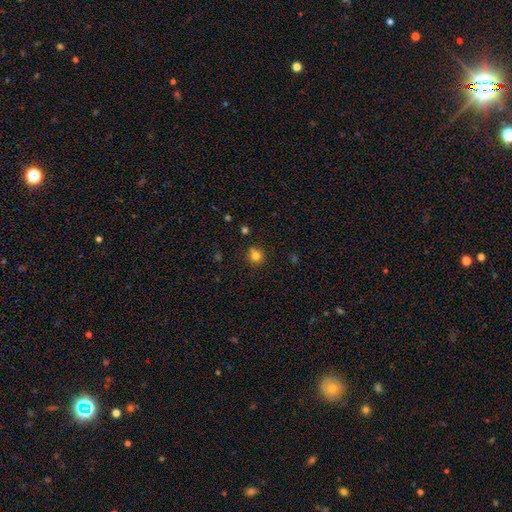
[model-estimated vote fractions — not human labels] smooth 79%, star or artifact 14%, featured or disk 6%. Down the decision tree: how rounded — round (90%); merging — none (78%).